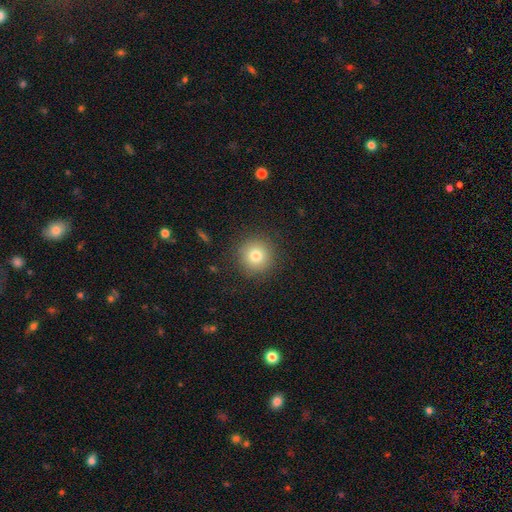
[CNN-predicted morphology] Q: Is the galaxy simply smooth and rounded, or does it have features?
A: smooth — 79%.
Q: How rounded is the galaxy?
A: round — 94%.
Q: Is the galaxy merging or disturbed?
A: none — 89%.